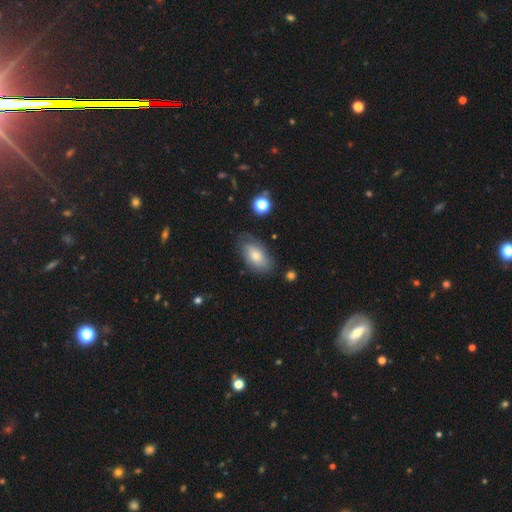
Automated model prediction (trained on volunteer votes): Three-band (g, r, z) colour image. It shows a smooth galaxy with no disk features (64%) that is in between round and cigar-shaped (92%). Merging: none (68%).